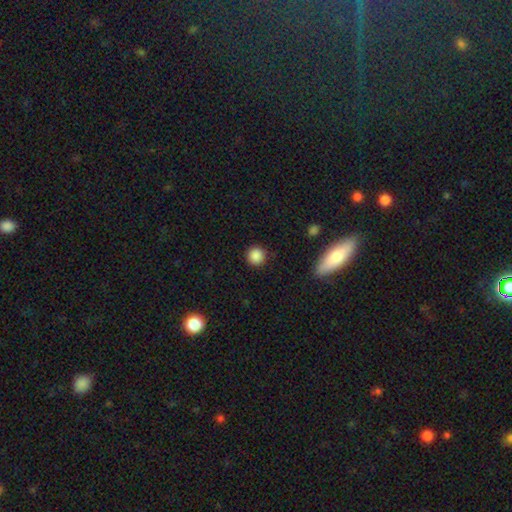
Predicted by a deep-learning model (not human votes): Morphology: type=smooth (87%); roundness=round (95%); merging=none (90%).